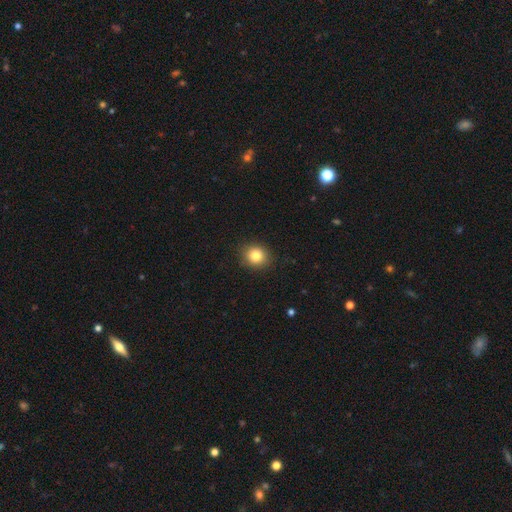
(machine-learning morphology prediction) Smooth or featured?
  - smooth: 82% *
  - star or artifact: 11%
  - featured or disk: 7%
How rounded?
  - round: 82% *
  - in between: 17%
  - cigar-shaped: 1%
Merging?
  - none: 90% *
  - minor disturbance: 7%
  - major disturbance: 2%
  - merger: 1%